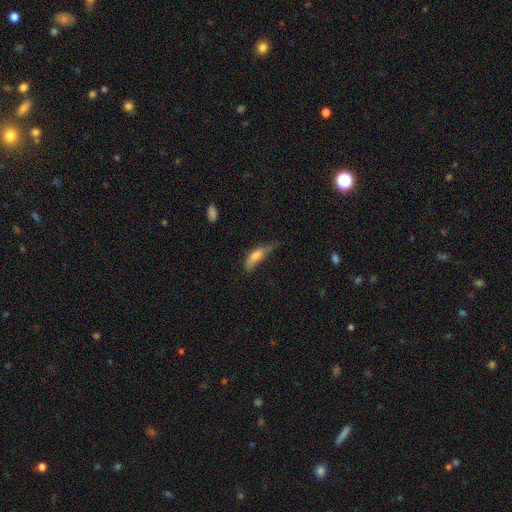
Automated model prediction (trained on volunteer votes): Smooth or featured?
  - smooth: 70% *
  - featured or disk: 22%
  - star or artifact: 7%
How rounded?
  - in between: 56% *
  - cigar-shaped: 41%
  - round: 3%
Merging?
  - minor disturbance: 41% *
  - none: 30%
  - major disturbance: 26%
  - merger: 4%